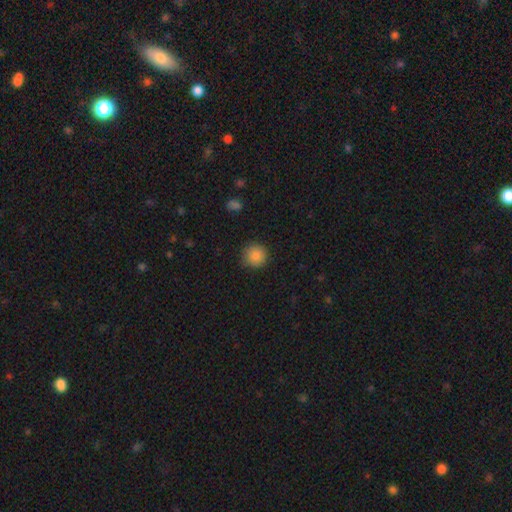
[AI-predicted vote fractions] smooth-or-featured: smooth: 87% | star or artifact: 9% | featured or disk: 4%
  how-rounded: round: 94% | in between: 5% | cigar-shaped: 1%
  merging: none: 87% | minor disturbance: 9% | major disturbance: 2% | merger: 1%